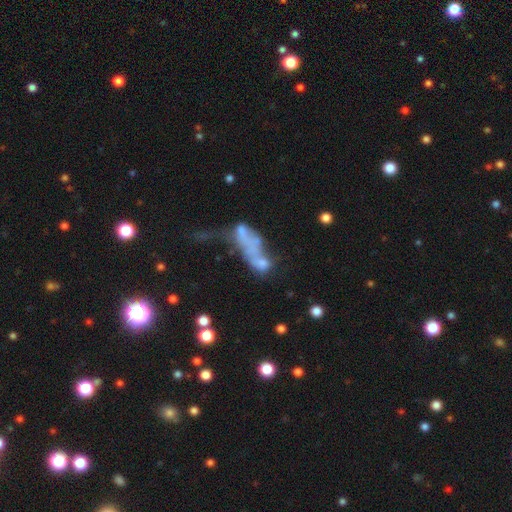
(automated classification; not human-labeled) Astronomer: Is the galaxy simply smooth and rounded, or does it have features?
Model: smooth — 40% (runner-up: featured or disk, 39%).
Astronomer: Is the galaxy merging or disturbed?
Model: merger — 43% (runner-up: major disturbance, 30%).